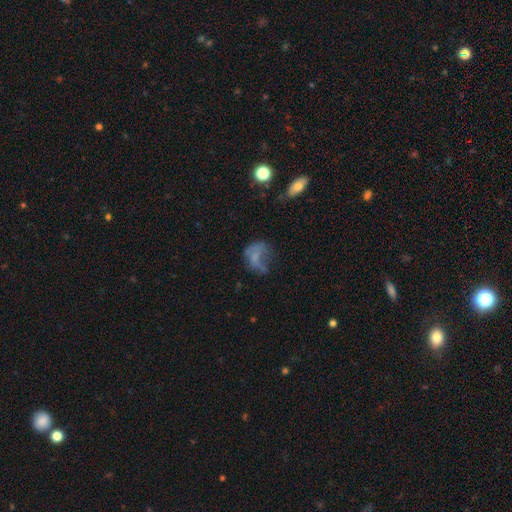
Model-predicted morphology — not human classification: type=smooth (48%); merging=major disturbance (40%).